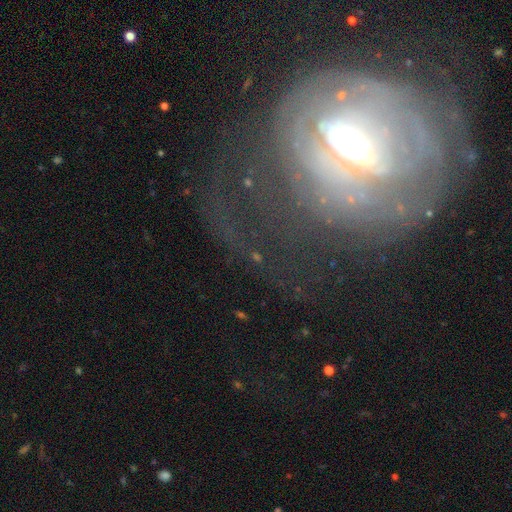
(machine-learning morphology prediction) smooth-or-featured: featured or disk: 72% | smooth: 15% | star or artifact: 14%
  disk-edge-on: no: 89% | yes: 11%
    bar: strong: 34% (tied) | no: 34% (tied) | weak: 32%
    has-spiral-arms: yes: 52% | no: 48%
    bulge-size: moderate: 56% | large: 20% | small: 16% | dominant: 5% | none: 3%
  merging: none: 44% | major disturbance: 37% | minor disturbance: 15% | merger: 3%